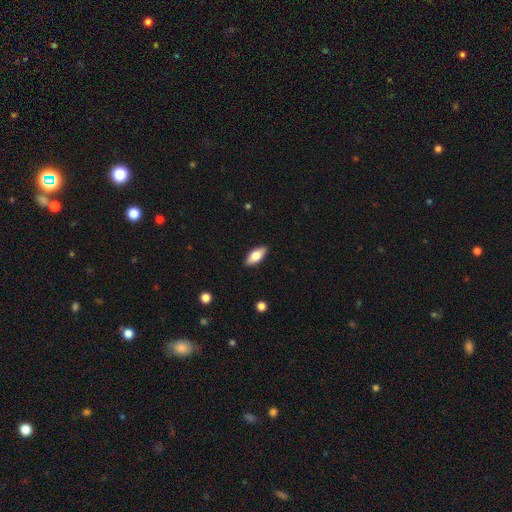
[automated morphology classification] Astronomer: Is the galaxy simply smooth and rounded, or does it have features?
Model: smooth — 74%.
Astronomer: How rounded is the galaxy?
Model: in between — 81%.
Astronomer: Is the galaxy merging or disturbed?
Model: none — 89%.